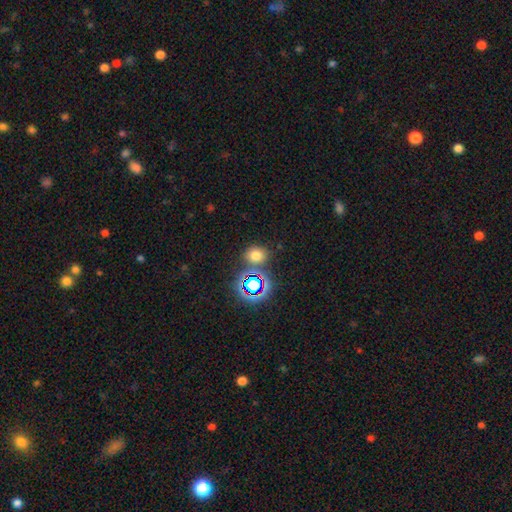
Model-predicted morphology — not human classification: smooth-or-featured: smooth: 66% | star or artifact: 27% | featured or disk: 7%
  how-rounded: round: 62% | in between: 37% | cigar-shaped: 1%
  merging: none: 75% | merger: 11% | minor disturbance: 10% | major disturbance: 4%